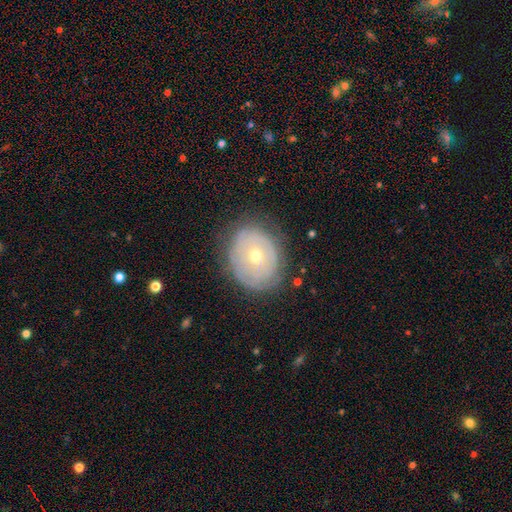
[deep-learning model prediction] smooth-or-featured: featured or disk: 53% | smooth: 39% | star or artifact: 8%
  disk-edge-on: no: 95% | yes: 5%
  merging: none: 74% | minor disturbance: 18% | major disturbance: 6% | merger: 1%